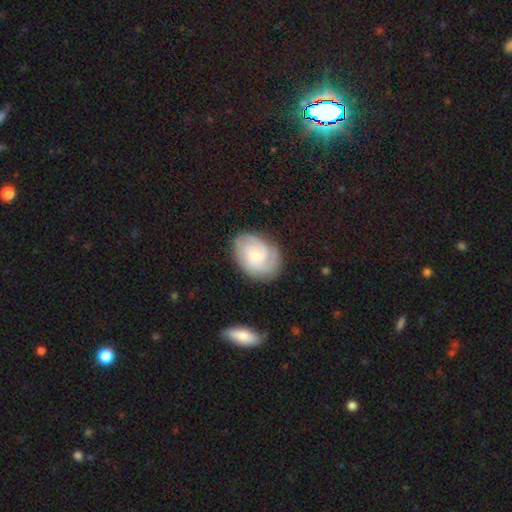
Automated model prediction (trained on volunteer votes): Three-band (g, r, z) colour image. It shows a featured or disk galaxy (67%) with no bar (68%), 2 (31%) tight (57%) spiral arms (94%) and a small central bulge (62%). Merging: none (77%).